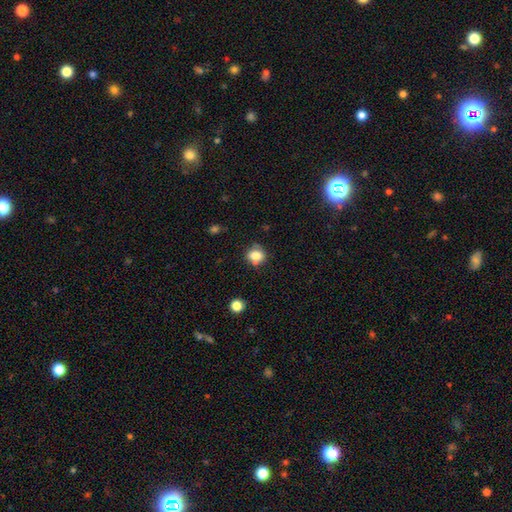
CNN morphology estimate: Smooth or featured?
  - smooth: 78% *
  - star or artifact: 11%
  - featured or disk: 11%
How rounded?
  - round: 66% *
  - in between: 32%
  - cigar-shaped: 1%
Merging?
  - none: 64% *
  - minor disturbance: 21%
  - merger: 9%
  - major disturbance: 5%